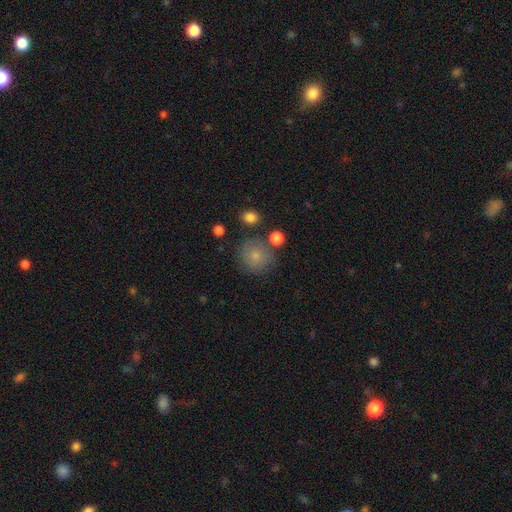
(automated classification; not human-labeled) The model was most divided on "merging": none: 74%, minor disturbance: 14%, merger: 7%, major disturbance: 5%. More confident: how rounded — round (90%); smooth or featured — smooth (80%).